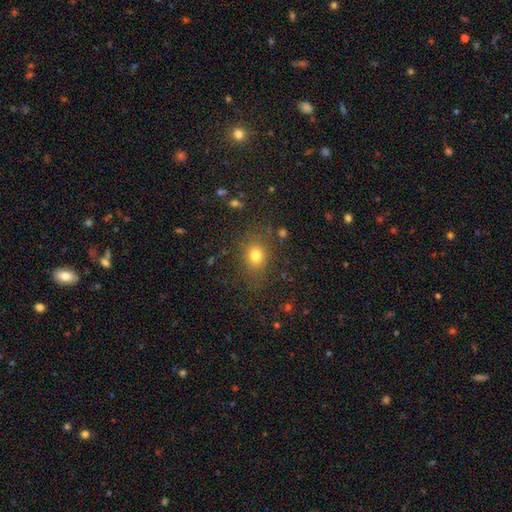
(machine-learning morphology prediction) Overall: smooth (75%). How rounded: round (53%; in between 45%). Merging: none (79%).